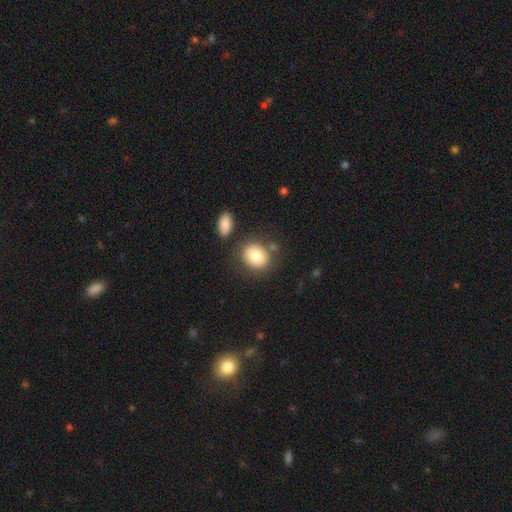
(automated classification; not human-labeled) Q: Smooth or featured?
A: smooth (81%); runner-up: featured or disk (11%)
Q: How rounded?
A: round (60%); runner-up: in between (39%)
Q: Merging?
A: none (73%); runner-up: minor disturbance (13%)